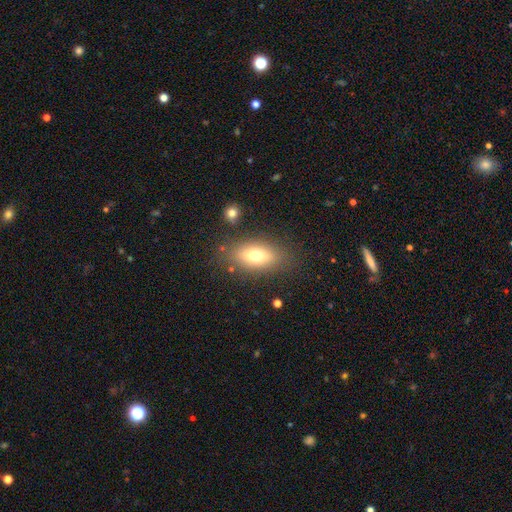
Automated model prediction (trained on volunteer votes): smooth_or_featured: smooth (p=0.70) [alt: featured or disk p=0.20]
how_rounded: in between (p=0.83) [alt: cigar-shaped p=0.10]
merging: none (p=0.80) [alt: minor disturbance p=0.12]